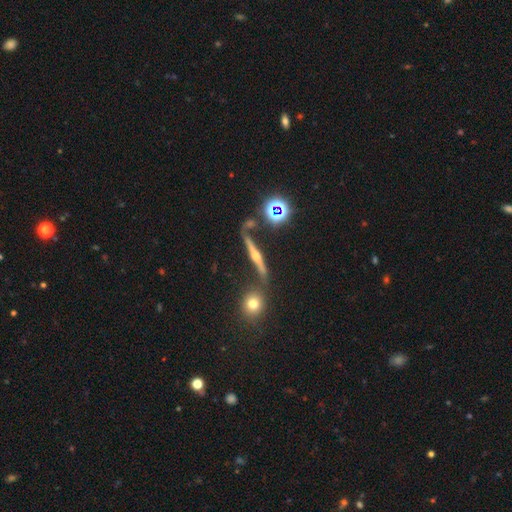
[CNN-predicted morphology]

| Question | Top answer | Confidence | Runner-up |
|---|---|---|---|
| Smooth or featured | featured or disk | 77% | smooth (13%) |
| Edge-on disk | yes | 90% | no (10%) |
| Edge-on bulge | rounded | 93% | none (4%) |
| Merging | none | 71% | minor disturbance (14%) |